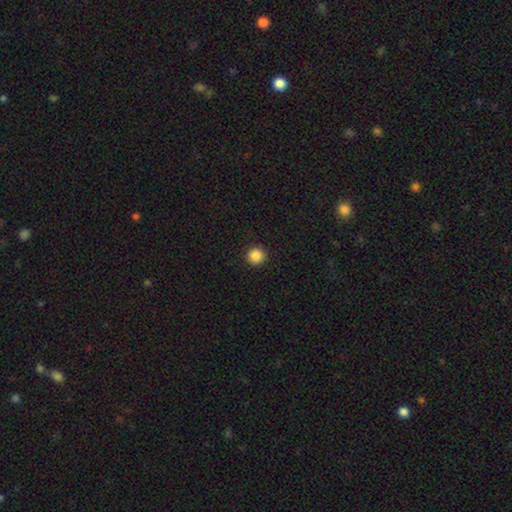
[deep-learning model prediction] Smooth or featured?
  - smooth: 87% *
  - star or artifact: 10%
  - featured or disk: 3%
How rounded?
  - round: 96% *
  - in between: 3%
  - cigar-shaped: 1%
Merging?
  - none: 94% *
  - minor disturbance: 4%
  - major disturbance: 1%
  - merger: 1%